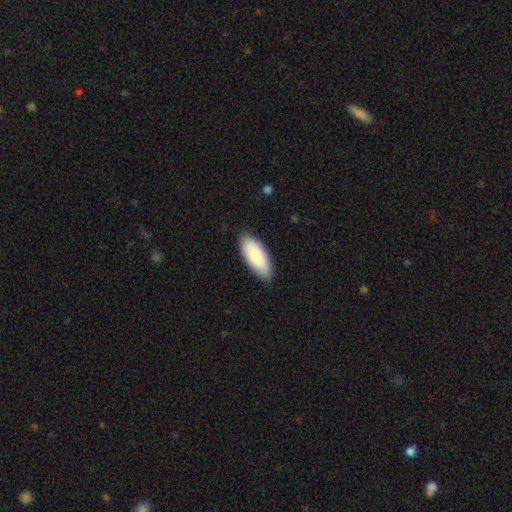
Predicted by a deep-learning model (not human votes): Morphology: type=smooth (82%); roundness=in between (81%); merging=none (85%).